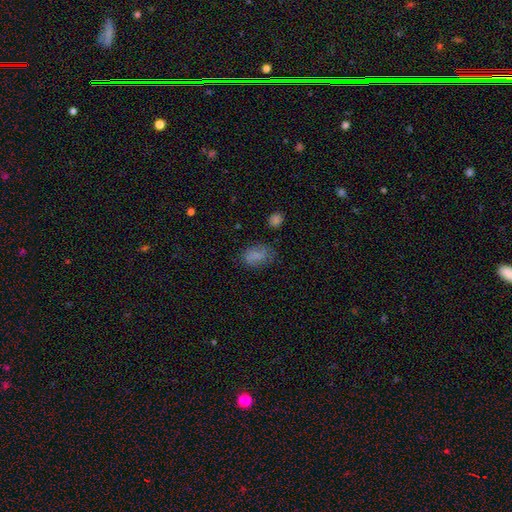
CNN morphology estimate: The model was most divided on "merging": none: 70%, minor disturbance: 21%, major disturbance: 7%, merger: 2%. More confident: how rounded — in between (85%); smooth or featured — smooth (72%).